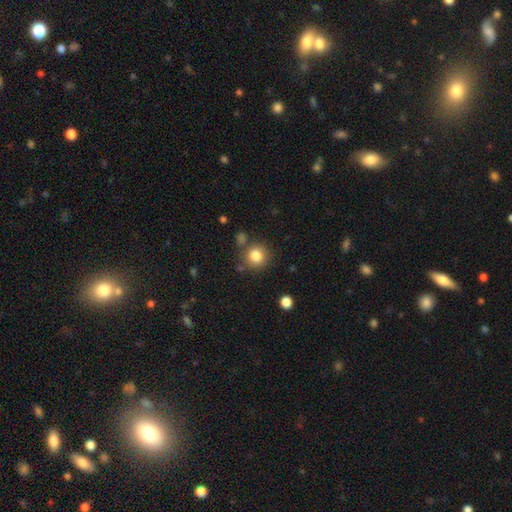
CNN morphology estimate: Smooth or featured: smooth — 83% (star or artifact — 11%)
How rounded: round — 90% (in between — 10%)
Merging: none — 79% (minor disturbance — 10%)